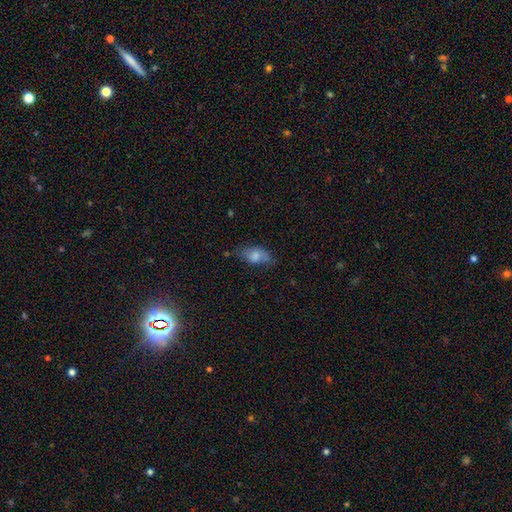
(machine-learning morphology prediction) Smooth or featured? smooth (69%)
How rounded? in between (88%)
Merging? none (56%)